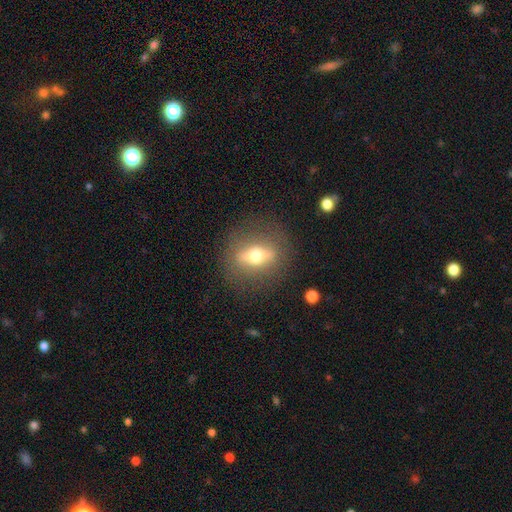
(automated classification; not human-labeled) Smooth or featured?
  - featured or disk: 53% *
  - smooth: 38%
  - star or artifact: 9%
Edge-on disk?
  - yes: 50% * (tied)
  - no: 50% * (tied)
Merging?
  - none: 83% *
  - minor disturbance: 10%
  - major disturbance: 5%
  - merger: 1%